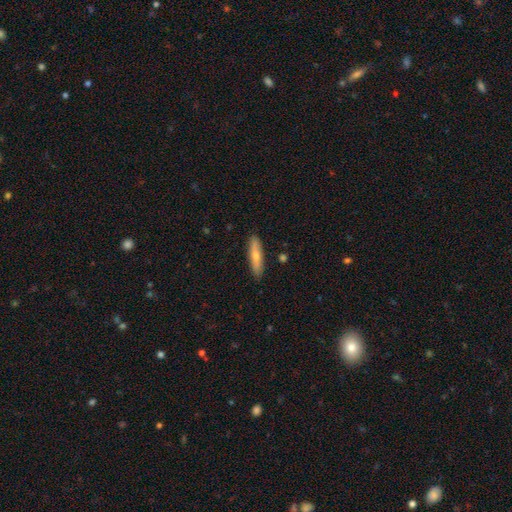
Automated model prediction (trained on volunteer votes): Smooth or featured? smooth (68%)
How rounded? cigar-shaped (80%)
Merging? none (87%)